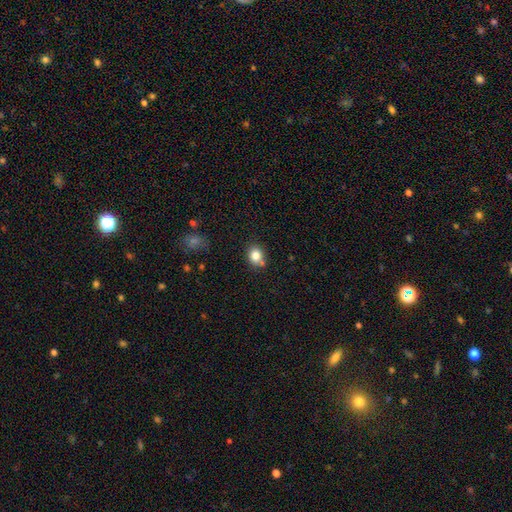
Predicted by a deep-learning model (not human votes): Morphology: type=smooth (82%); roundness=round (59%); merging=none (71%).